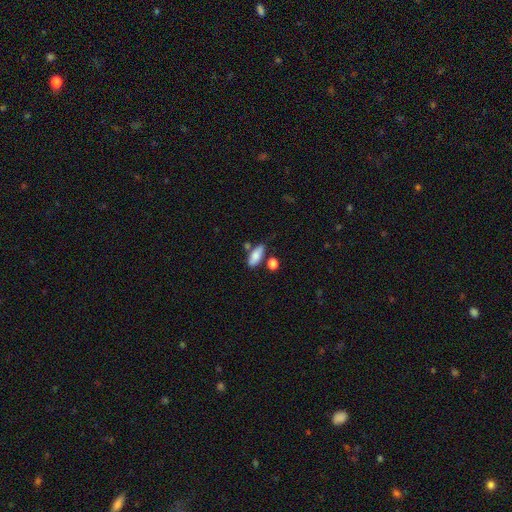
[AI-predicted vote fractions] Morphology: type=smooth (80%); roundness=in between (78%); merging=none (62%).